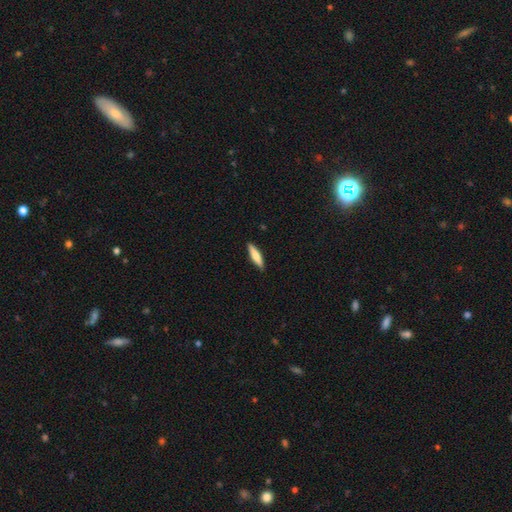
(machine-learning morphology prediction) smooth 69%, featured or disk 26%, star or artifact 5%. Down the decision tree: how rounded — cigar-shaped (79%); merging — none (90%).